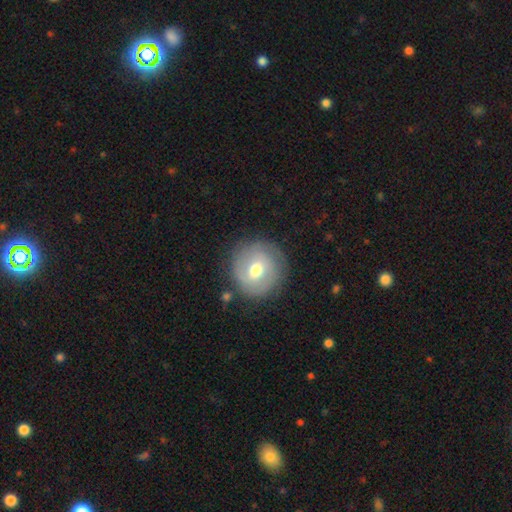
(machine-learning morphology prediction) smooth_or_featured: featured or disk (p=0.44) [alt: smooth p=0.39]
merging: none (p=0.86) [alt: minor disturbance p=0.09]